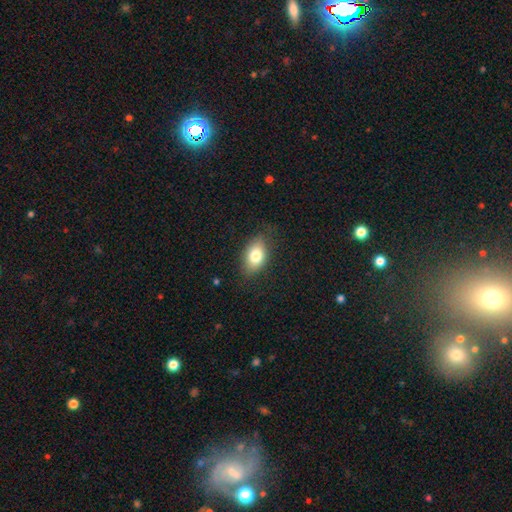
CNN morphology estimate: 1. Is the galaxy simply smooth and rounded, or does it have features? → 77% smooth, 15% featured or disk, 8% star or artifact.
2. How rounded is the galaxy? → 87% in between, 11% round, 2% cigar-shaped.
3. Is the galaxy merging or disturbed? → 78% none, 16% minor disturbance, 4% major disturbance, 1% merger.